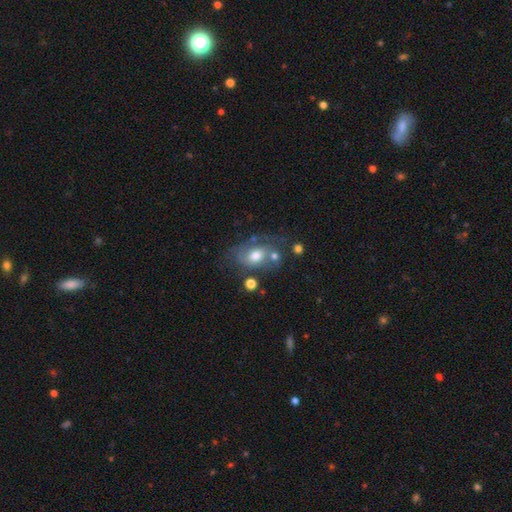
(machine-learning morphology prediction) Smooth or featured: smooth — 50% (featured or disk — 40%)
Merging: none — 47% (minor disturbance — 23%)